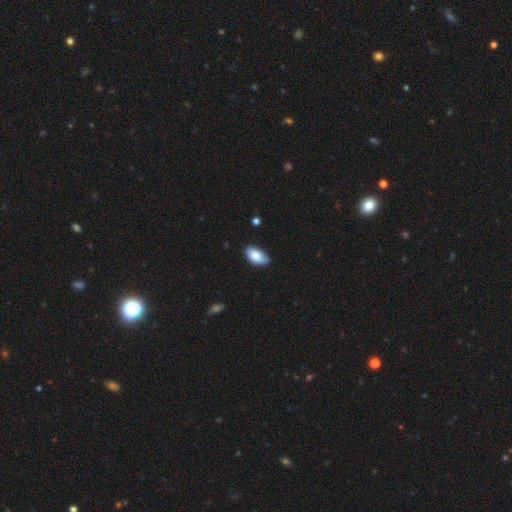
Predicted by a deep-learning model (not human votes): A smooth galaxy with no disk features (83%) that is in between round and cigar-shaped (94%). Merging: none (78%).